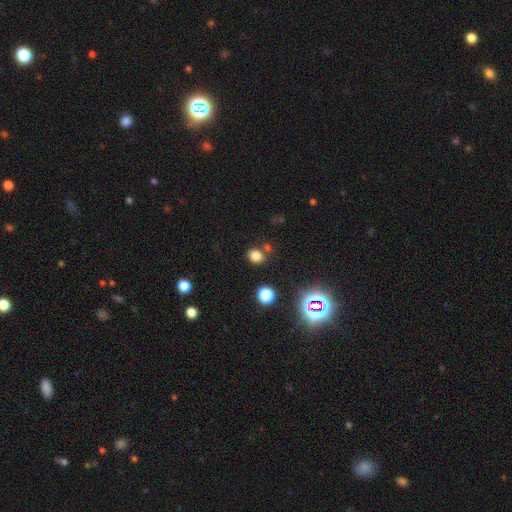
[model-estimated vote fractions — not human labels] Morphology: type=smooth (76%); roundness=round (67%); merging=none (74%).